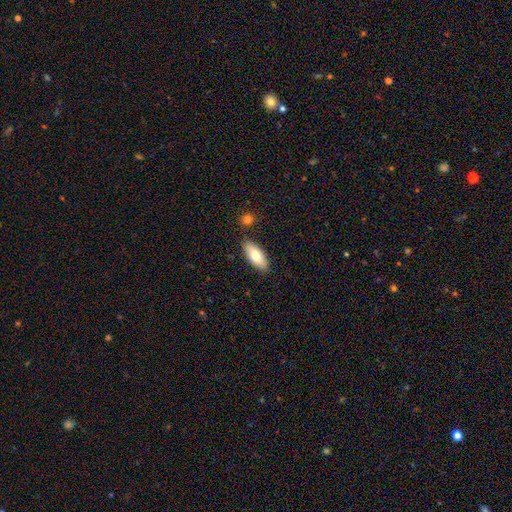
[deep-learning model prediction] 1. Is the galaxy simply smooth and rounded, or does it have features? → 74% smooth, 19% featured or disk, 6% star or artifact.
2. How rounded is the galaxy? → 85% in between, 13% cigar-shaped, 2% round.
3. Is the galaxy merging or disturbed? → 85% none, 10% minor disturbance, 3% merger, 2% major disturbance.